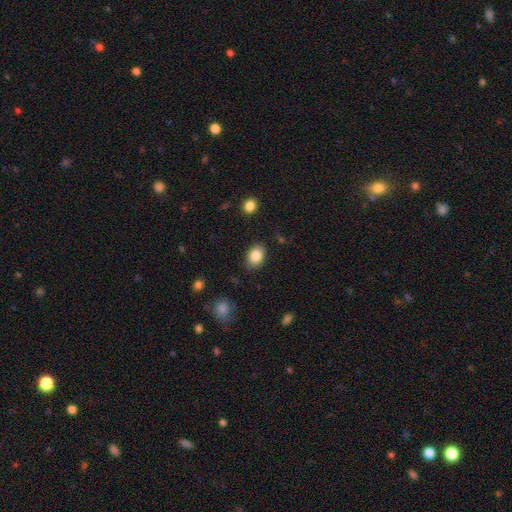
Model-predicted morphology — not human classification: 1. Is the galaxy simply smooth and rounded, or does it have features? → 85% smooth, 8% star or artifact, 7% featured or disk.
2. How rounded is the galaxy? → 77% in between, 22% round, 1% cigar-shaped.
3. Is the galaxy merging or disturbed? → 85% none, 12% minor disturbance, 3% major disturbance, 1% merger.